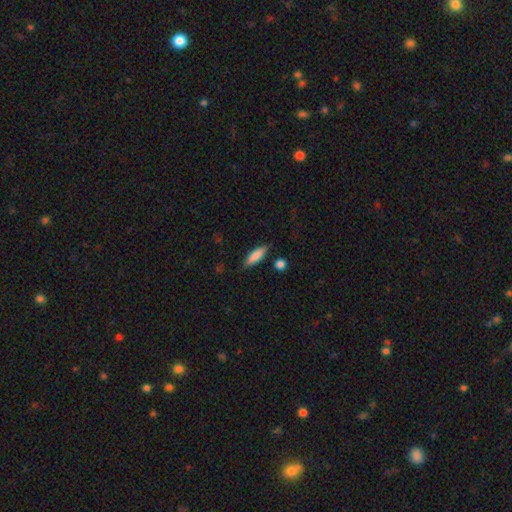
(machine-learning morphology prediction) smooth-or-featured: smooth: 83% | featured or disk: 10% | star or artifact: 6%
  how-rounded: cigar-shaped: 52% | in between: 46% | round: 2%
  merging: none: 83% | minor disturbance: 12% | major disturbance: 3% | merger: 3%